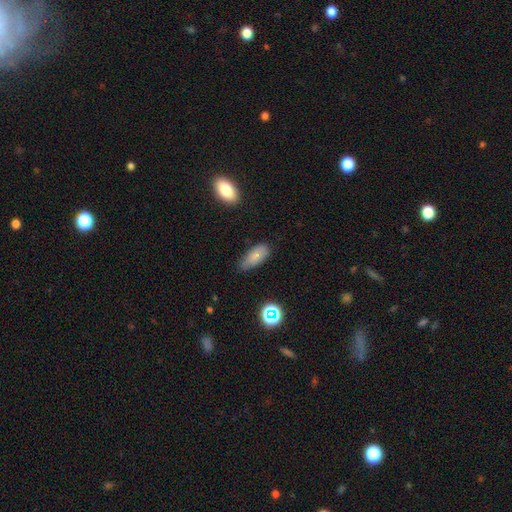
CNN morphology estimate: A smooth galaxy with no disk features (76%) that is in between round and cigar-shaped (85%). Merging: none (60%).